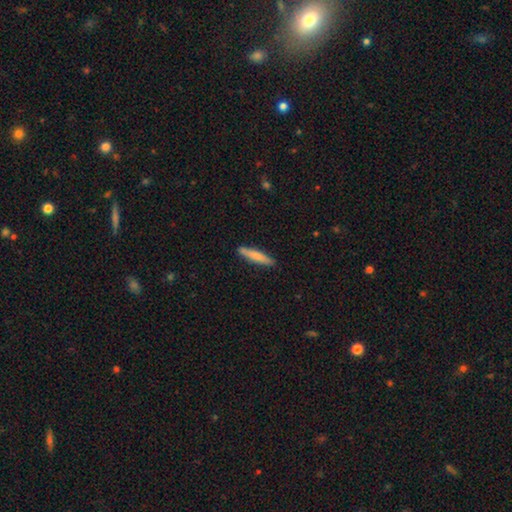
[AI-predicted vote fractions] The model was most divided on "smooth or featured": smooth: 76%, featured or disk: 19%, star or artifact: 5%. More confident: how rounded — cigar-shaped (89%); merging — none (87%).